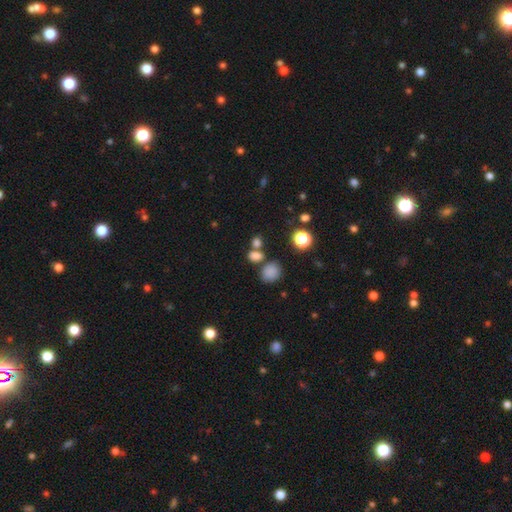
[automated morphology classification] Smooth or featured: smooth — 76% (star or artifact — 18%)
How rounded: in between — 49% (tied with round — 49%)
Merging: none — 56% (merger — 28%)